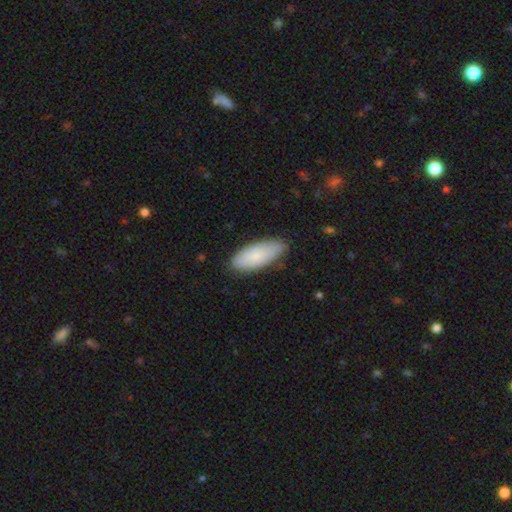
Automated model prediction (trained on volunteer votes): smooth-or-featured: smooth: 81% | featured or disk: 13% | star or artifact: 6%
  how-rounded: in between: 81% | cigar-shaped: 17% | round: 2%
  merging: none: 82% | minor disturbance: 14% | major disturbance: 2% | merger: 1%